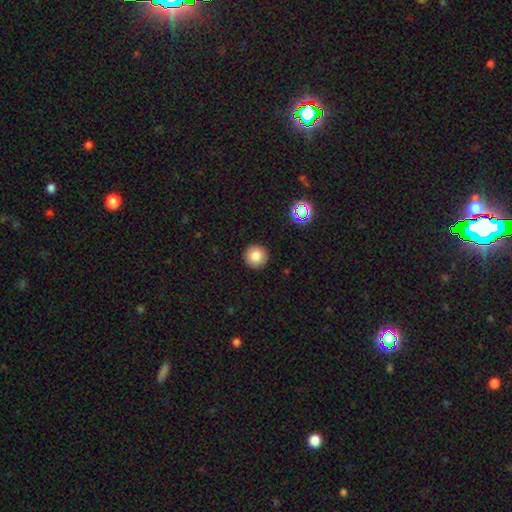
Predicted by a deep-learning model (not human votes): Q: Smooth or featured?
A: smooth (81%); runner-up: star or artifact (12%)
Q: How rounded?
A: round (96%); runner-up: in between (3%)
Q: Merging?
A: none (92%); runner-up: minor disturbance (5%)